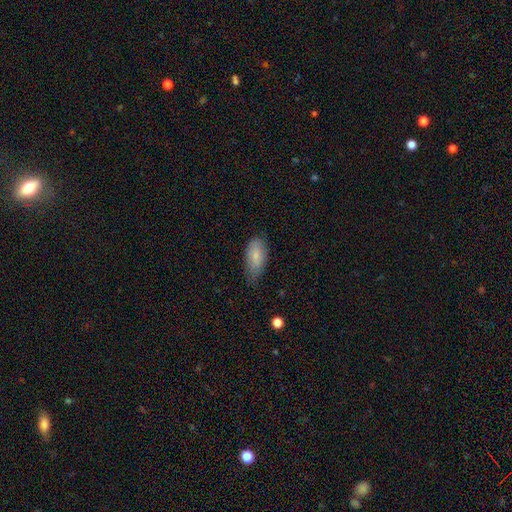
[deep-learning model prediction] Morphology: type=smooth (80%); roundness=in between (88%); merging=none (58%).